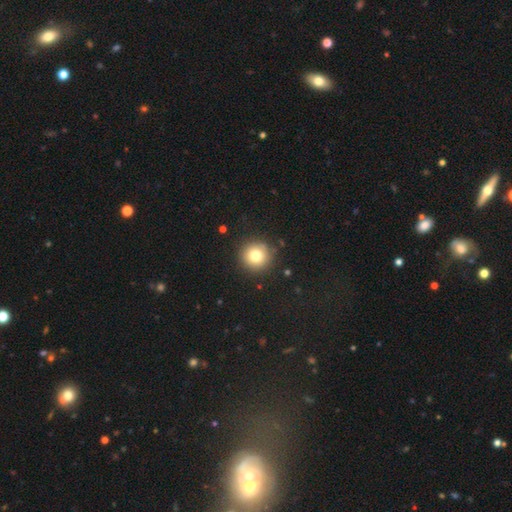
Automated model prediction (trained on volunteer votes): Morphology: type=smooth (77%); roundness=round (95%); merging=none (89%).